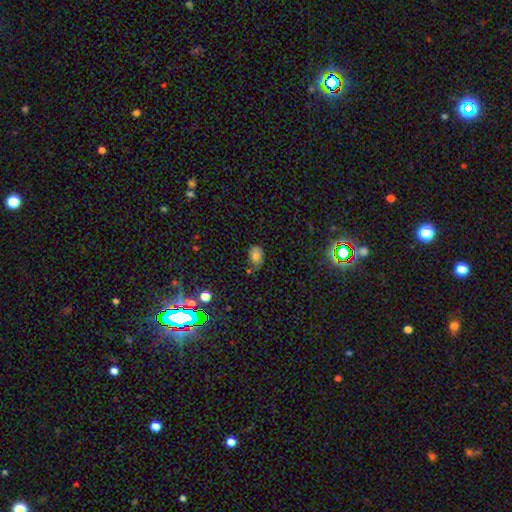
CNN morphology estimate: Smooth or featured? smooth (75%)
How rounded? in between (80%)
Merging? none (58%)